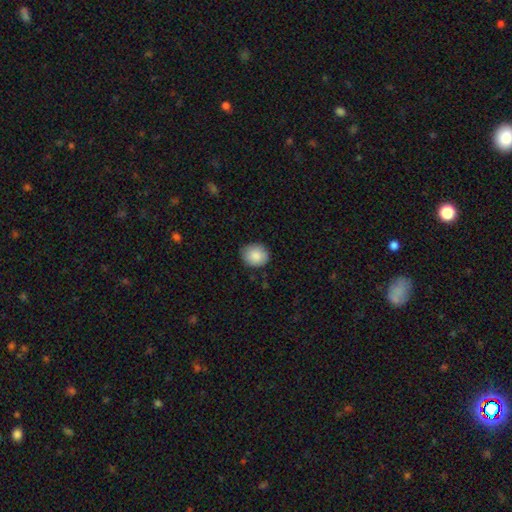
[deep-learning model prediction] Smooth or featured: smooth — 88% (star or artifact — 7%)
How rounded: round — 70% (in between — 29%)
Merging: none — 84% (minor disturbance — 12%)